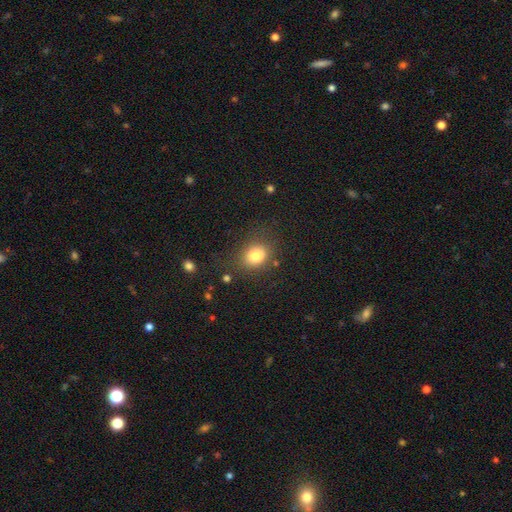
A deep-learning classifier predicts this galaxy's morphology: A smooth galaxy with no disk features (80%) that is round (53%).

Vote fractions:
- Smooth or featured? smooth: 80% / star or artifact: 12% / featured or disk: 8%
- How rounded? round: 53% / in between: 46% / cigar-shaped: 1%
- Merging? none: 76% / minor disturbance: 15% / major disturbance: 6% / merger: 3%